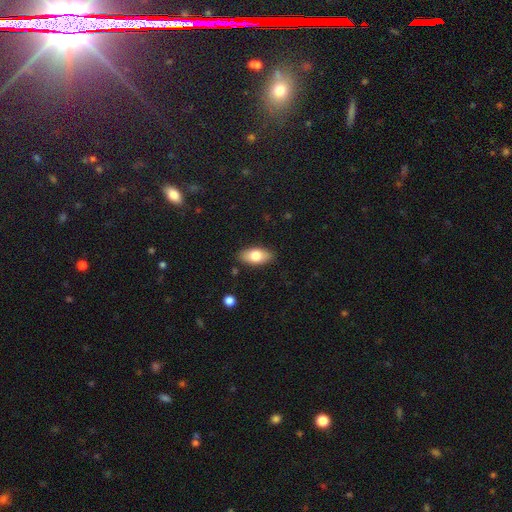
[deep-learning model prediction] This is likely a smooth galaxy (77%). How rounded: clearly in between (90%). Merging: clearly none (86%).